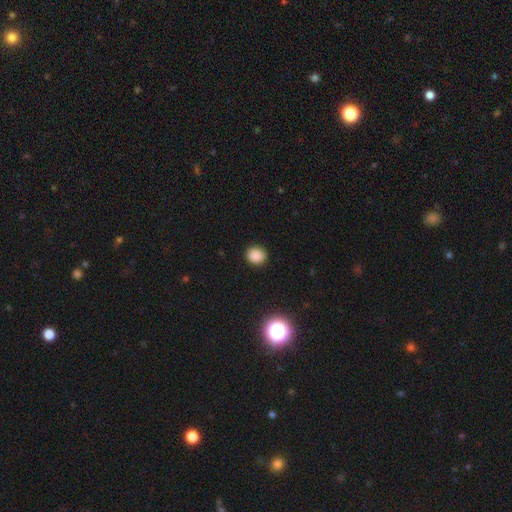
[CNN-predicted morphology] type=smooth (85%); roundness=round (83%); merging=none (90%).